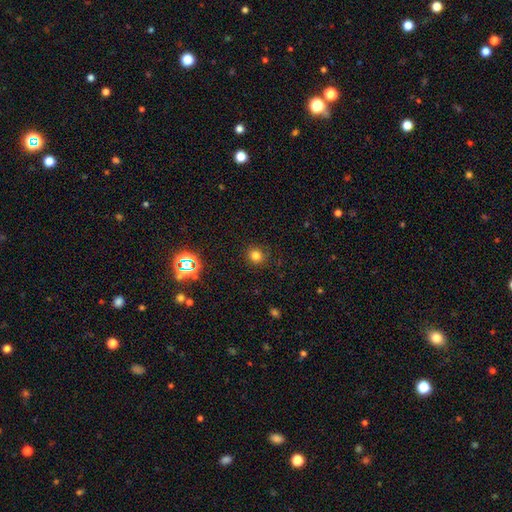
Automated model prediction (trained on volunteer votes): Overall: smooth (76%). How rounded: round (89%). Merging: none (86%).